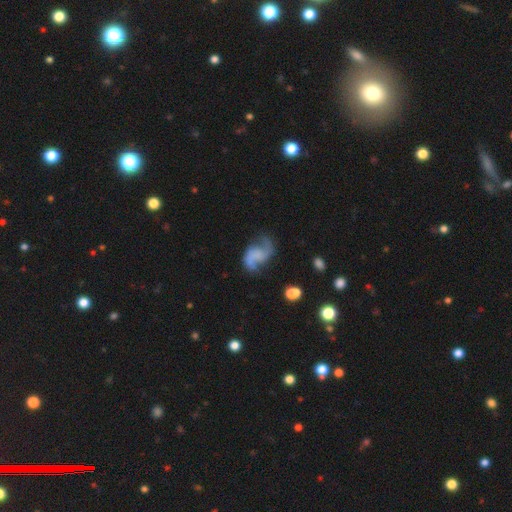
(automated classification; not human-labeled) A featured or disk galaxy (78%) with no bar (63%), 2 (89%) loose (69%) spiral arms (93%) and no central bulge (72%).

Vote fractions:
- Smooth or featured? featured or disk: 78% / smooth: 14% / star or artifact: 8%
- Edge-on disk? no: 98% / yes: 2%
- Bar? no: 63% / weak: 29% / strong: 8%
- Spiral arms? yes: 93% / no: 7%
- Spiral winding? loose: 69% / medium: 25% / tight: 6%
- Spiral arm count? 2: 89% / 1: 5% / can't tell: 3% / 3: 1% / 4: 1% / more than 4: 1%
- Bulge size? none: 72% / small: 12% / moderate: 7% / large: 6% / dominant: 2%
- Merging? none: 58% / minor disturbance: 21% / major disturbance: 17% / merger: 4%